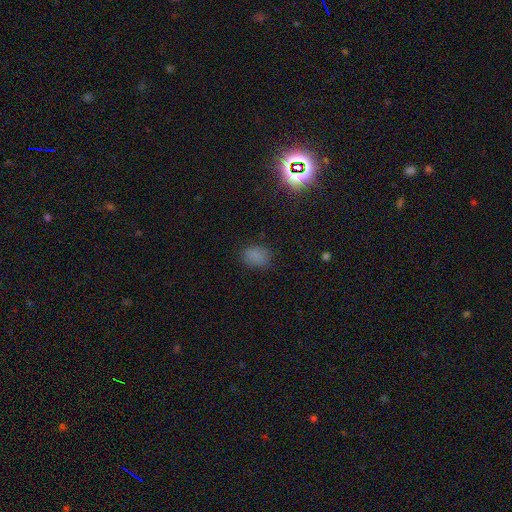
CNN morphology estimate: smooth_or_featured: smooth (p=0.77) [alt: star or artifact p=0.18]
how_rounded: in between (p=0.73) [alt: round p=0.26]
merging: none (p=0.79) [alt: minor disturbance p=0.15]